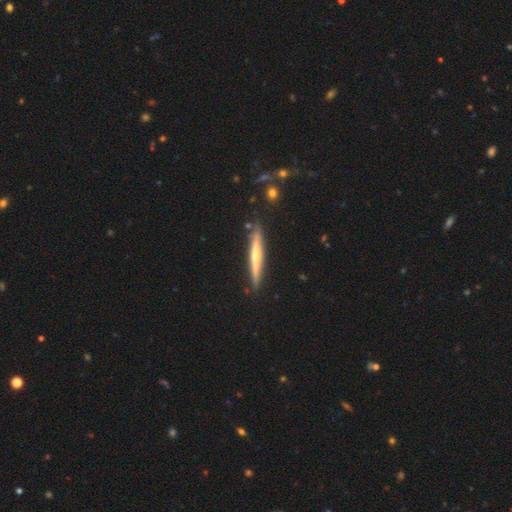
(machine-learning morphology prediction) Smooth or featured? Predicted: featured or disk (p=0.65). Edge-on disk? Predicted: yes (p=0.96). Edge-on bulge? Predicted: rounded (p=0.71). Merging? Predicted: none (p=0.87).